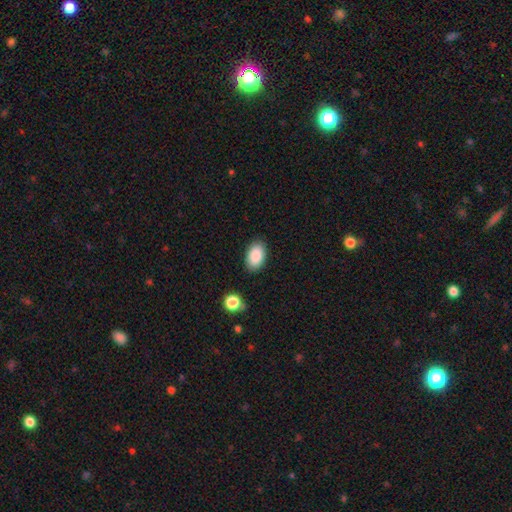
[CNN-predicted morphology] Smooth or featured?
  - smooth: 88% *
  - star or artifact: 7%
  - featured or disk: 5%
How rounded?
  - in between: 93% *
  - round: 6%
  - cigar-shaped: 1%
Merging?
  - none: 87% *
  - minor disturbance: 9%
  - major disturbance: 2%
  - merger: 2%